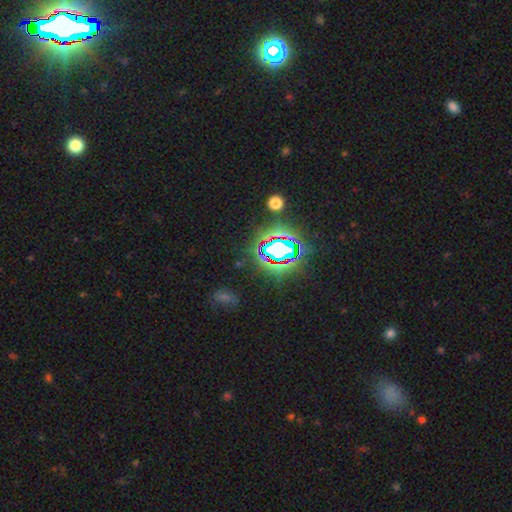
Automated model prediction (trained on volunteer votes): Smooth or featured? star or artifact (78%)